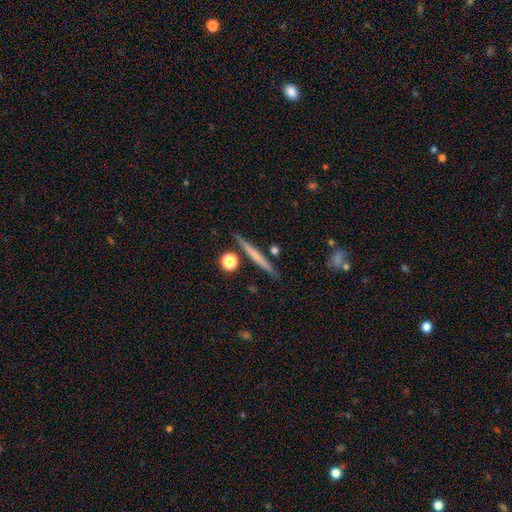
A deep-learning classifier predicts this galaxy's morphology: Overall: smooth (48%; featured or disk 45%). Merging: none (87%).